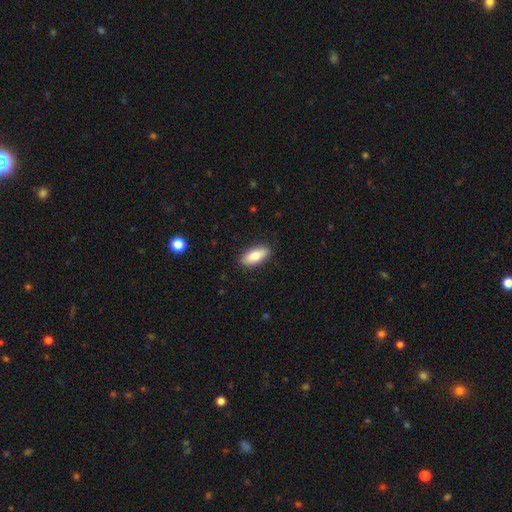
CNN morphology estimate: A smooth galaxy with no disk features (80%) that is in between round and cigar-shaped (84%).

Vote fractions:
- Smooth or featured? smooth: 80% / featured or disk: 14% / star or artifact: 6%
- How rounded? in between: 84% / cigar-shaped: 14% / round: 3%
- Merging? none: 89% / minor disturbance: 9% / major disturbance: 2% / merger: 1%